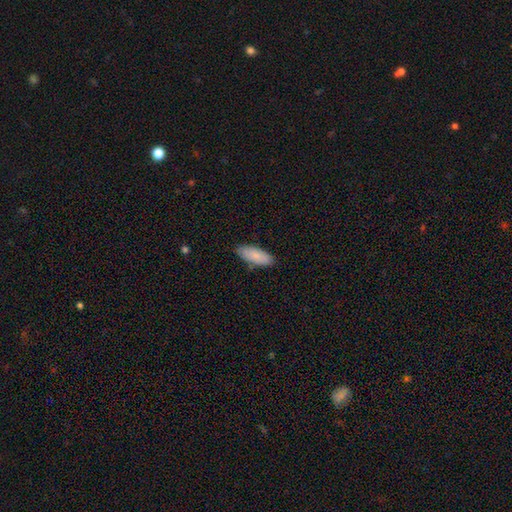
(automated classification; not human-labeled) Smooth or featured: smooth — 86% (featured or disk — 8%)
How rounded: in between — 77% (cigar-shaped — 21%)
Merging: none — 83% (minor disturbance — 13%)